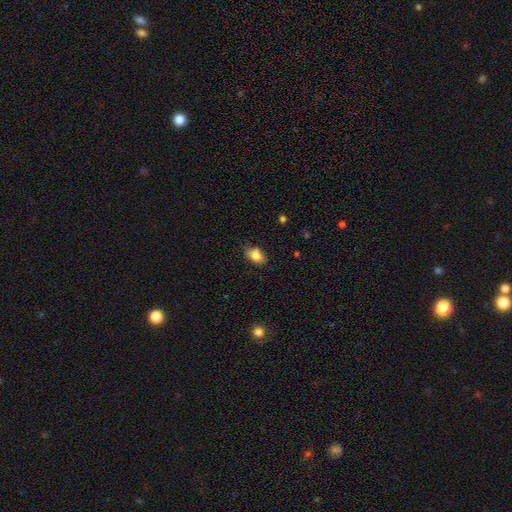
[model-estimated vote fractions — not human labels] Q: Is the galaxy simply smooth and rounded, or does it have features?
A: smooth — 82%.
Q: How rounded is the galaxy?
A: in between — 83%.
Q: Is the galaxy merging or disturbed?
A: none — 78%.